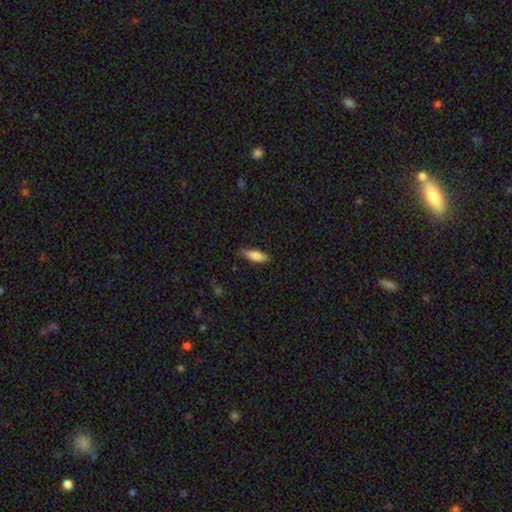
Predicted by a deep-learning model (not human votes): A smooth galaxy with no disk features (71%) that is in between round and cigar-shaped (52%).

Vote fractions:
- Smooth or featured? smooth: 71% / featured or disk: 22% / star or artifact: 6%
- How rounded? in between: 52% / cigar-shaped: 46% / round: 2%
- Merging? none: 77% / minor disturbance: 18% / major disturbance: 3% / merger: 1%